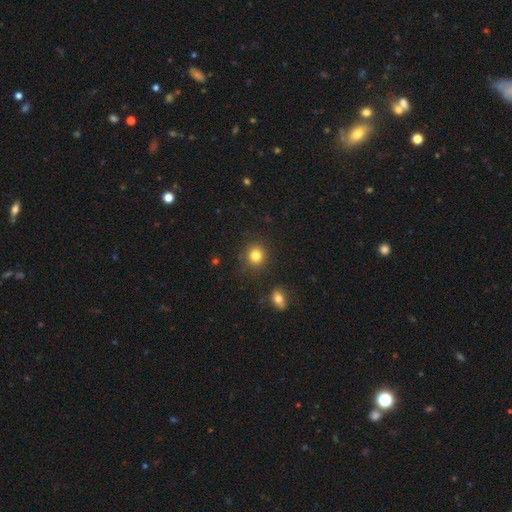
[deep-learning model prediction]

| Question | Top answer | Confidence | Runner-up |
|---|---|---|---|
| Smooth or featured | smooth | 83% | star or artifact (12%) |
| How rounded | round | 86% | in between (13%) |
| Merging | none | 85% | minor disturbance (8%) |